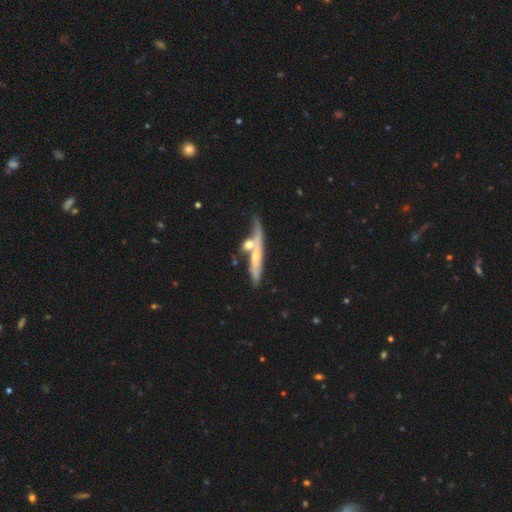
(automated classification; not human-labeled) A featured or disk galaxy (62%) viewed edge-on (78%).

Vote fractions:
- Smooth or featured? featured or disk: 62% / smooth: 30% / star or artifact: 7%
- Edge-on disk? yes: 78% / no: 22%
- Merging? none: 45% / merger: 31% / minor disturbance: 16% / major disturbance: 8%